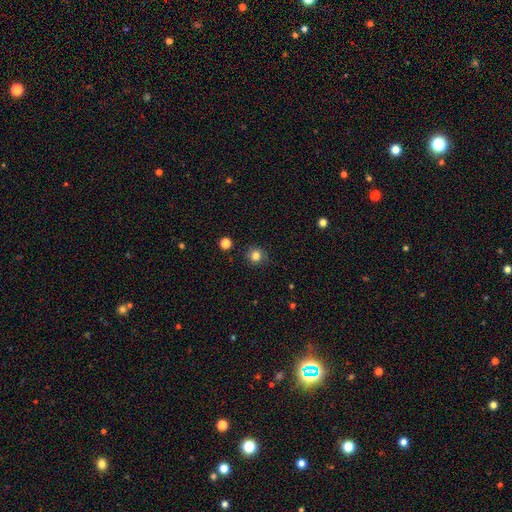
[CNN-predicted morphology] smooth_or_featured: smooth (p=0.81) [alt: star or artifact p=0.13]
how_rounded: round (p=0.90) [alt: in between p=0.10]
merging: none (p=0.87) [alt: minor disturbance p=0.09]